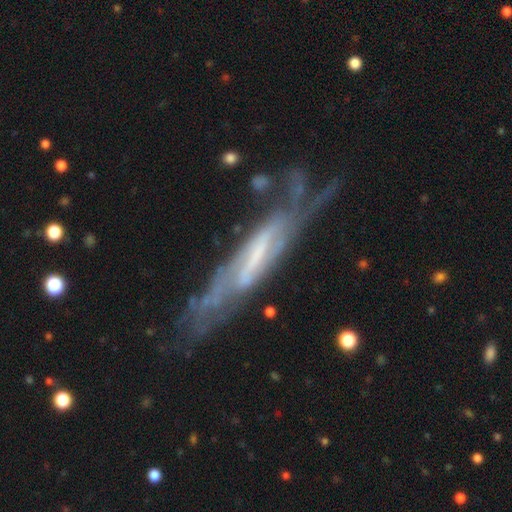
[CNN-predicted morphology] Smooth or featured? Predicted: featured or disk (p=0.81). Edge-on disk? Predicted: no (p=0.55). Merging? Predicted: none (p=0.56).